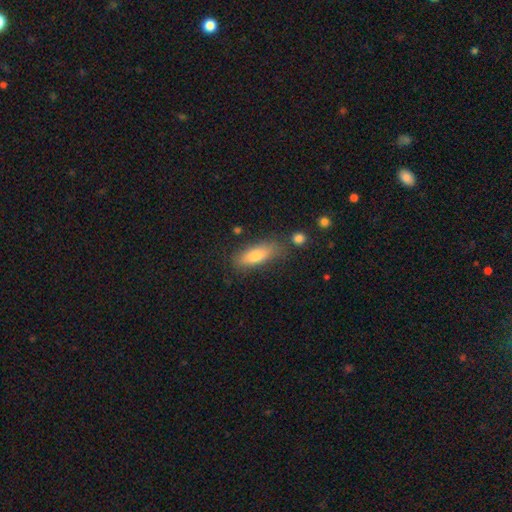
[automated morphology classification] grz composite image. It shows a smooth galaxy with no disk features (75%) that is in between round and cigar-shaped (59%). Merging: none (74%).